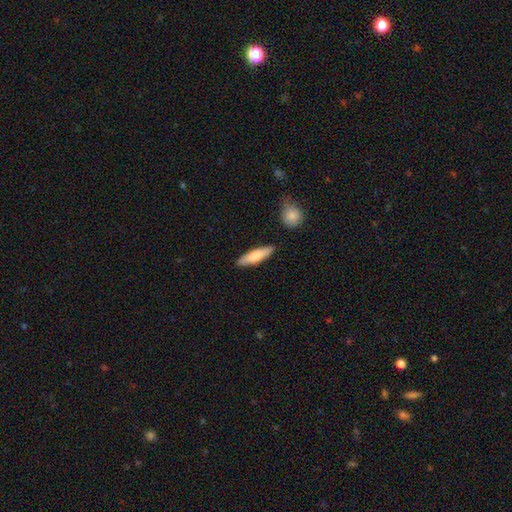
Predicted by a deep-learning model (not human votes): Smooth or featured: smooth — 75% (featured or disk — 20%)
How rounded: cigar-shaped — 65% (in between — 33%)
Merging: none — 86% (minor disturbance — 9%)